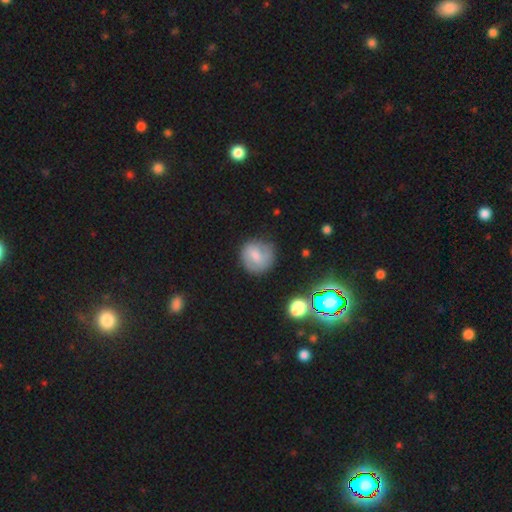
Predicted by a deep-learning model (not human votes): This is likely a smooth galaxy (63%). How rounded: clearly round (85%). Merging: likely none (71%).